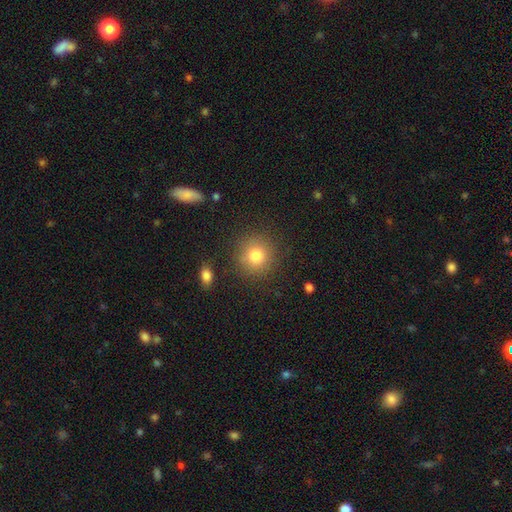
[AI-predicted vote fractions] Morphology: type=smooth (80%); roundness=round (91%); merging=none (86%).